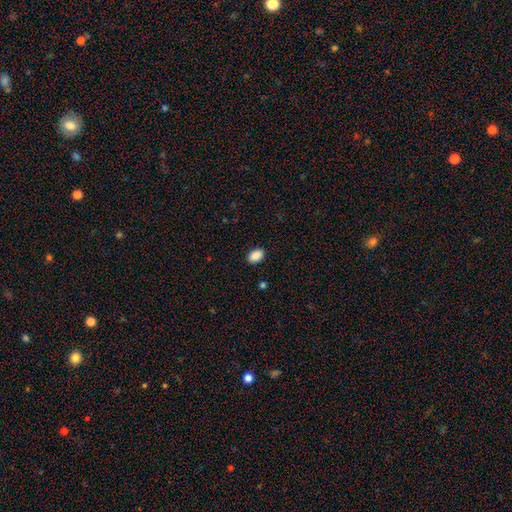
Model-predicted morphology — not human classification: Smooth or featured: smooth — 90% (star or artifact — 8%)
How rounded: in between — 86% (round — 13%)
Merging: none — 89% (minor disturbance — 8%)